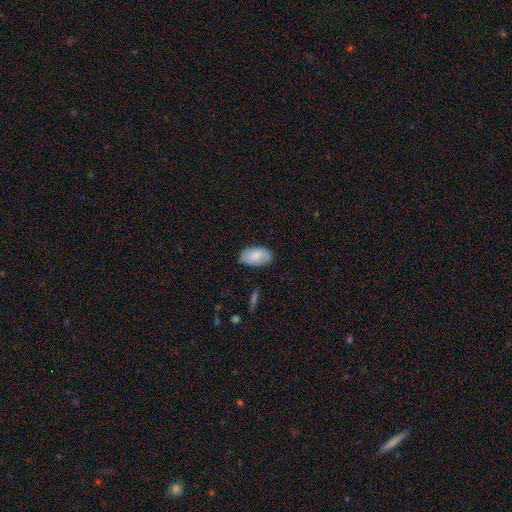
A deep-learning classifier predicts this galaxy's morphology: Overall: smooth (76%). How rounded: in between (94%). Merging: none (78%).